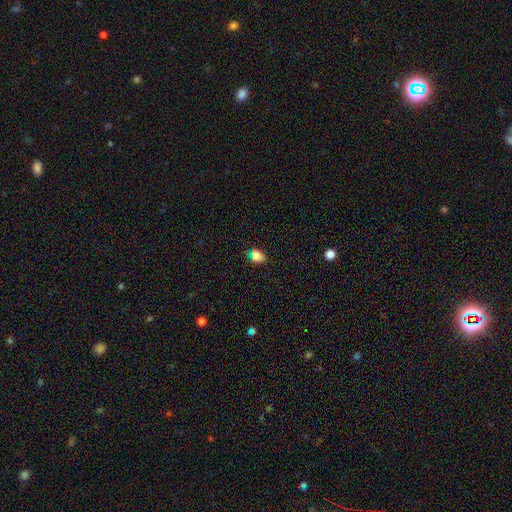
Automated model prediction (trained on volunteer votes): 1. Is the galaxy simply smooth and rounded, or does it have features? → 80% smooth, 15% star or artifact, 5% featured or disk.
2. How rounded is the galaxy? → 56% in between, 42% round, 2% cigar-shaped.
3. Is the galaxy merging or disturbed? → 73% none, 18% minor disturbance, 4% merger, 4% major disturbance.